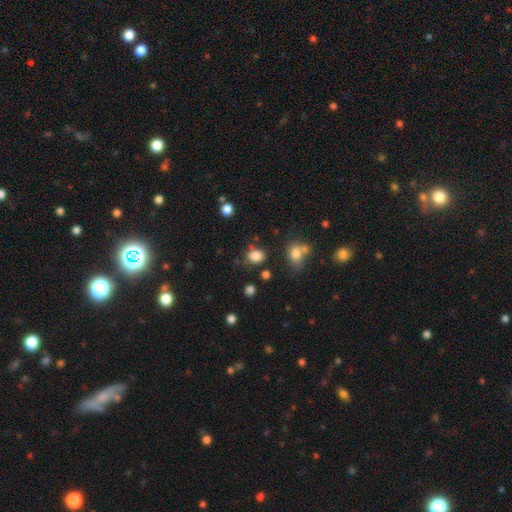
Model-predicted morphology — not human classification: A smooth galaxy with no disk features (82%) that is round (54%). Merging: none (72%).